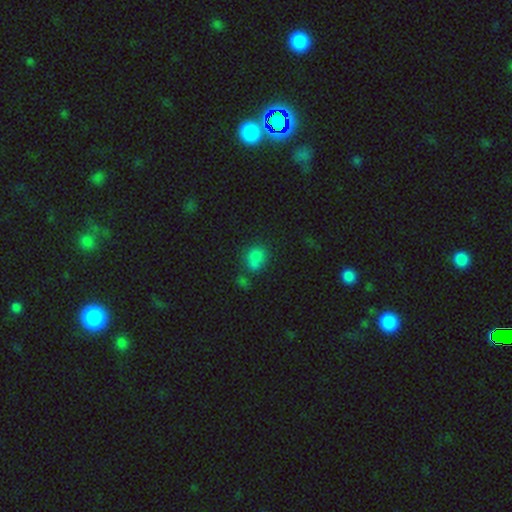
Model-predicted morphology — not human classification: A smooth galaxy with no disk features (76%) that is round (50%). Merging: none (45%).